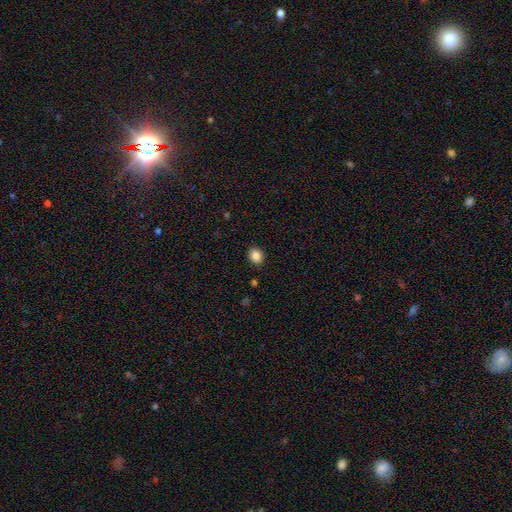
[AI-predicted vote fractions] smooth_or_featured: smooth (p=0.86) [alt: star or artifact p=0.10]
how_rounded: round (p=0.52) [alt: in between p=0.47]
merging: none (p=0.90) [alt: minor disturbance p=0.07]